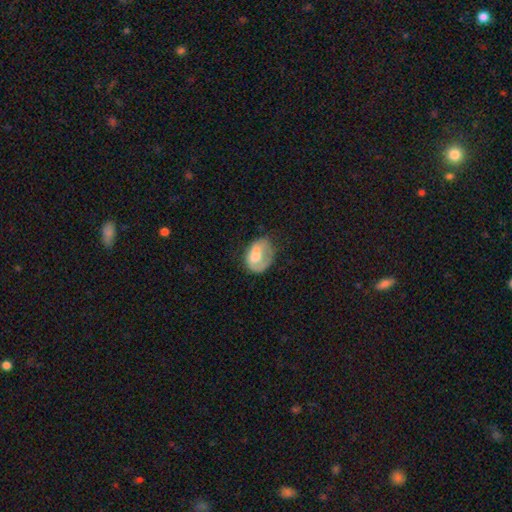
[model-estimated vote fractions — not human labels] smooth_or_featured: smooth (p=0.56) [alt: featured or disk p=0.36]
how_rounded: in between (p=0.69) [alt: round p=0.30]
merging: none (p=0.35) [alt: major disturbance p=0.31]